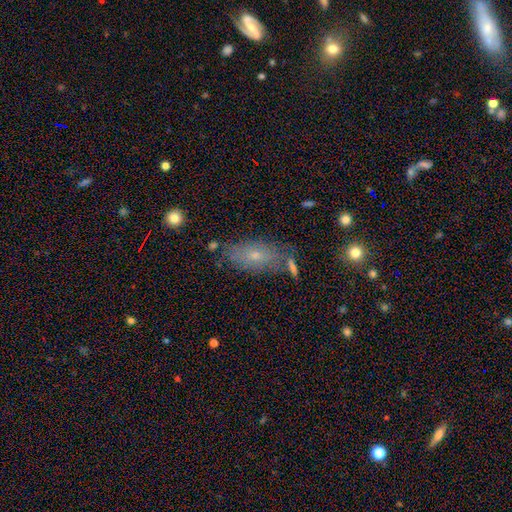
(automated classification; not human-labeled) smooth_or_featured: smooth (p=0.51) [alt: featured or disk p=0.33]
how_rounded: in between (p=0.81) [alt: cigar-shaped p=0.13]
merging: none (p=0.74) [alt: minor disturbance p=0.16]